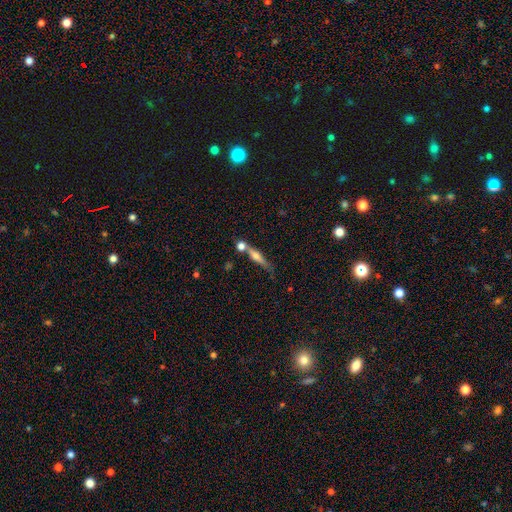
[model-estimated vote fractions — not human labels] A featured or disk galaxy (49%).

Vote fractions:
- Smooth or featured? featured or disk: 49% / smooth: 42% / star or artifact: 9%
- Merging? none: 59% / merger: 22% / minor disturbance: 14% / major disturbance: 5%